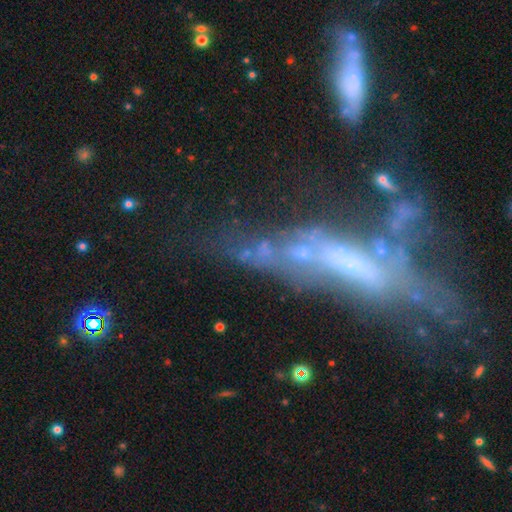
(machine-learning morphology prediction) featured or disk 50%, smooth 27%, star or artifact 23%. Down the decision tree: merging — none (31%).